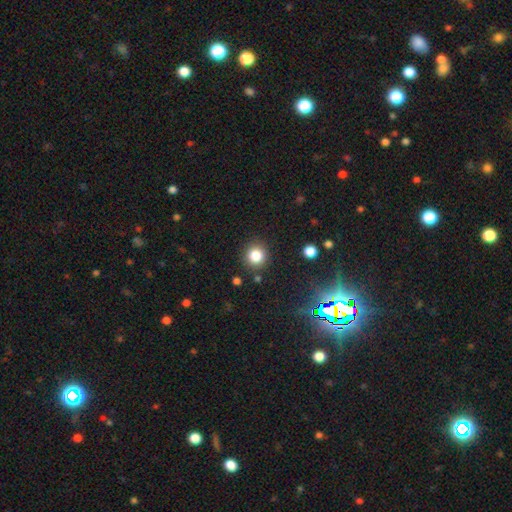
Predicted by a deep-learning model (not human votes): Smooth or featured?
  - smooth: 82% *
  - star or artifact: 13%
  - featured or disk: 5%
How rounded?
  - round: 90% *
  - in between: 9%
  - cigar-shaped: 1%
Merging?
  - none: 87% *
  - minor disturbance: 8%
  - major disturbance: 3%
  - merger: 3%